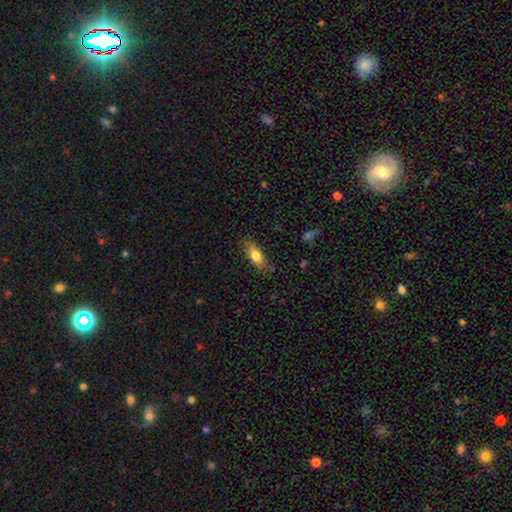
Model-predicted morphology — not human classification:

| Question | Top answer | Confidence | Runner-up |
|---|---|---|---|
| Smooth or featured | smooth | 77% | featured or disk (15%) |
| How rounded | in between | 74% | cigar-shaped (22%) |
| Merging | none | 75% | minor disturbance (19%) |